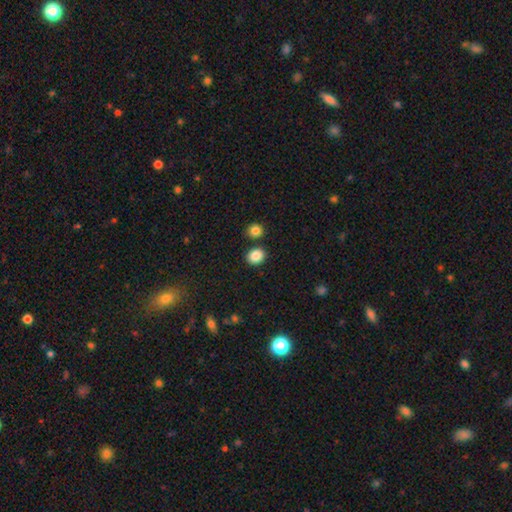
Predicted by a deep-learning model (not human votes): smooth 87%, star or artifact 9%, featured or disk 4%. Down the decision tree: how rounded — round (58%); merging — none (81%).